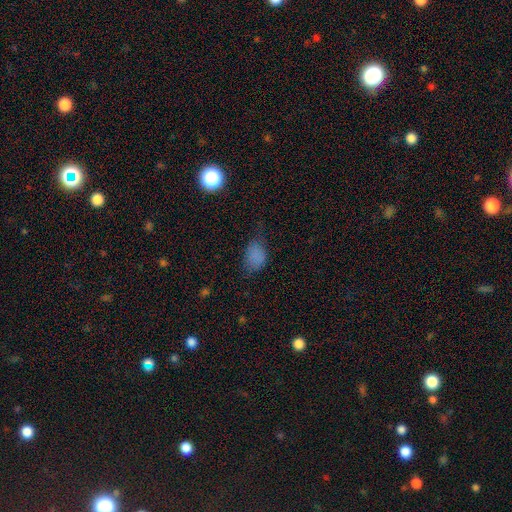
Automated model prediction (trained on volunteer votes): smooth-or-featured: smooth: 77% | star or artifact: 16% | featured or disk: 8%
  how-rounded: in between: 82% | round: 17% | cigar-shaped: 2%
  merging: none: 50% | minor disturbance: 33% | major disturbance: 15% | merger: 2%